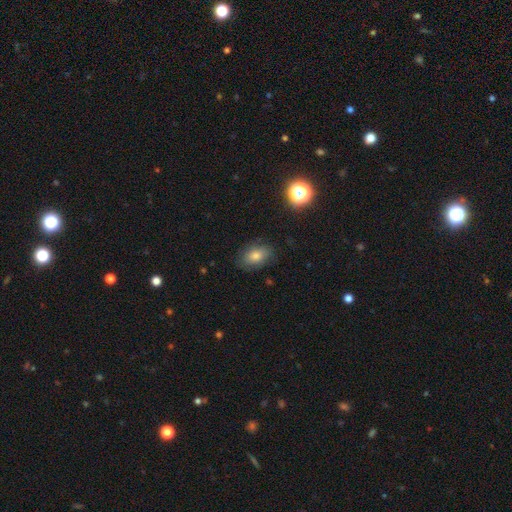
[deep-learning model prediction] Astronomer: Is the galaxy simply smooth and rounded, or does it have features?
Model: smooth — 73%.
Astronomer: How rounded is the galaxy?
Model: in between — 78%.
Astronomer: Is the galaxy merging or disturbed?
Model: none — 82%.